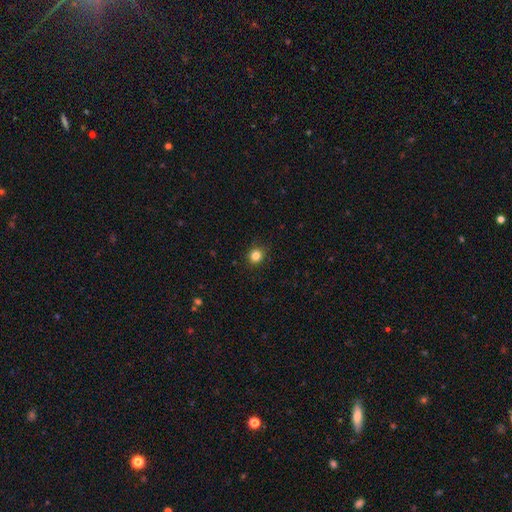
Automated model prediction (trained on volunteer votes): This is clearly a smooth galaxy (83%). How rounded: clearly round (83%). Merging: clearly none (90%).